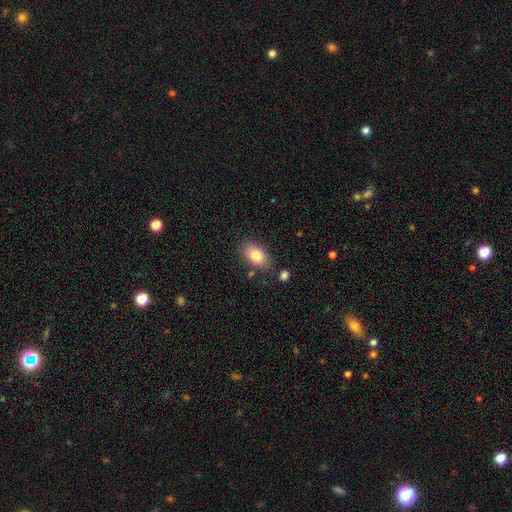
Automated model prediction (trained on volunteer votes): The model was most divided on "merging": none: 80%, minor disturbance: 13%, merger: 4%, major disturbance: 3%. More confident: how rounded — in between (90%); smooth or featured — smooth (81%).